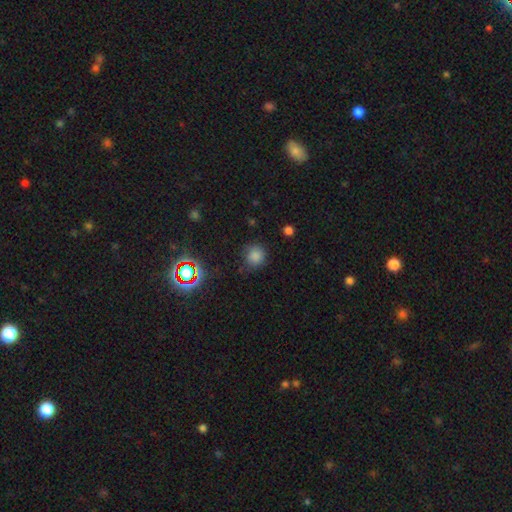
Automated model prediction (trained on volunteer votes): A smooth galaxy with no disk features (77%) that is round (88%).

Vote fractions:
- Smooth or featured? smooth: 77% / star or artifact: 18% / featured or disk: 5%
- How rounded? round: 88% / in between: 10% / cigar-shaped: 1%
- Merging? none: 80% / minor disturbance: 14% / major disturbance: 4% / merger: 2%